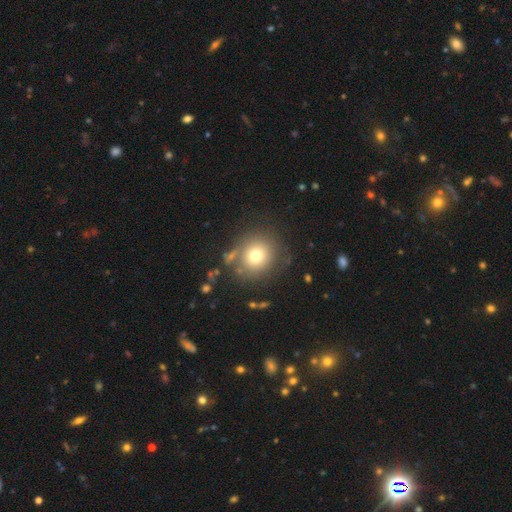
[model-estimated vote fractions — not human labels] Smooth or featured?
  - smooth: 73% *
  - featured or disk: 14%
  - star or artifact: 13%
How rounded?
  - round: 86% *
  - in between: 13%
  - cigar-shaped: 1%
Merging?
  - none: 77% *
  - minor disturbance: 12%
  - major disturbance: 6%
  - merger: 5%